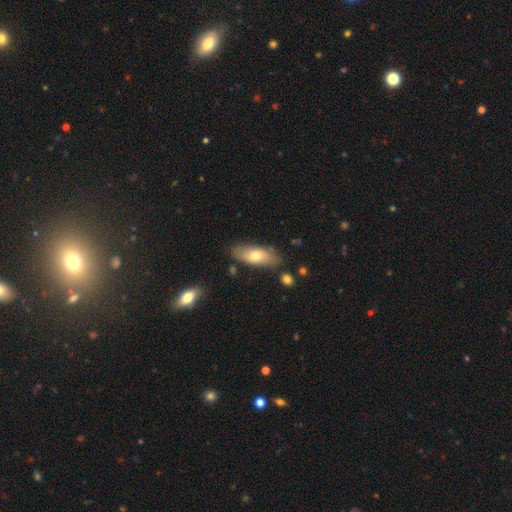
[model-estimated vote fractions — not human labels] This is likely a smooth galaxy (67%). How rounded: clearly in between (81%). Merging: likely none (79%).